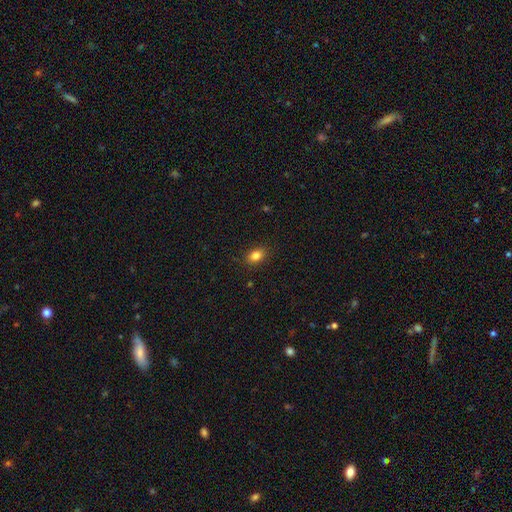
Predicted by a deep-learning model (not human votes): A smooth galaxy with no disk features (84%) that is in between round and cigar-shaped (74%).

Vote fractions:
- Smooth or featured? smooth: 84% / star or artifact: 10% / featured or disk: 6%
- How rounded? in between: 74% / round: 25% / cigar-shaped: 1%
- Merging? none: 88% / minor disturbance: 9% / major disturbance: 2% / merger: 1%